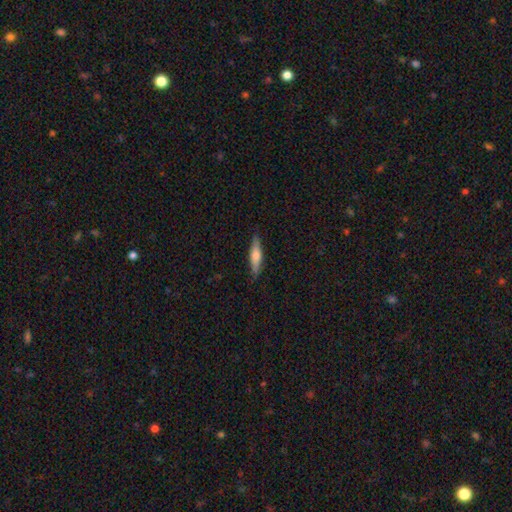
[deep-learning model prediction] smooth-or-featured: smooth: 55% | featured or disk: 39% | star or artifact: 6%
  how-rounded: cigar-shaped: 77% | in between: 21% | round: 2%
  merging: none: 87% | minor disturbance: 10% | major disturbance: 2% | merger: 1%